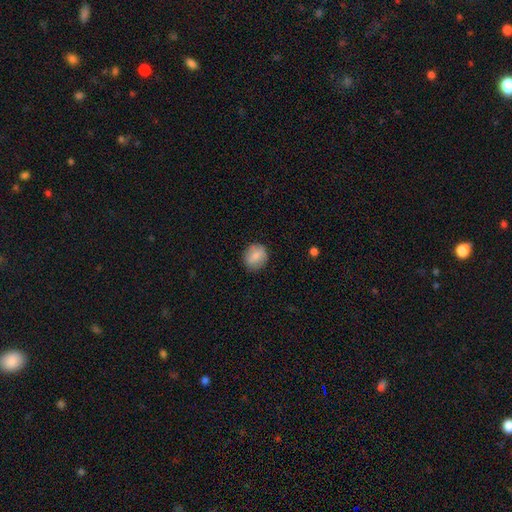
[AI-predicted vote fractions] Morphology: type=smooth (77%); roundness=round (78%); merging=none (86%).